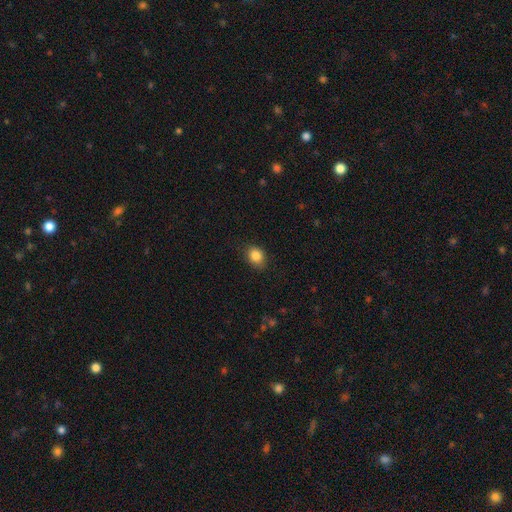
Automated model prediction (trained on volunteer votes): A smooth galaxy with no disk features (85%) that is in between round and cigar-shaped (51%).

Vote fractions:
- Smooth or featured? smooth: 85% / star or artifact: 10% / featured or disk: 5%
- How rounded? in between: 51% / round: 48% / cigar-shaped: 1%
- Merging? none: 83% / minor disturbance: 13% / major disturbance: 3% / merger: 1%